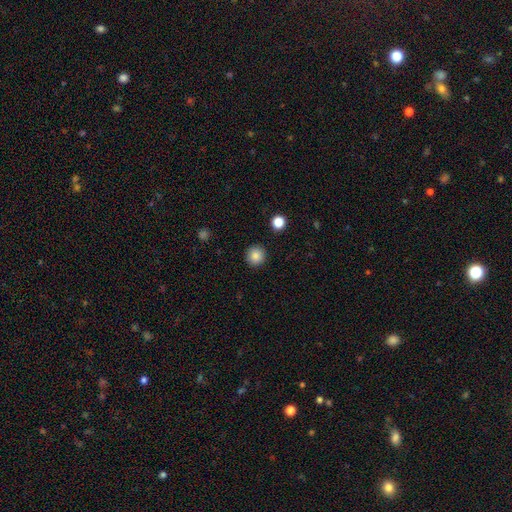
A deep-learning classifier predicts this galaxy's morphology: Smooth or featured? smooth (86%)
How rounded? round (94%)
Merging? none (92%)